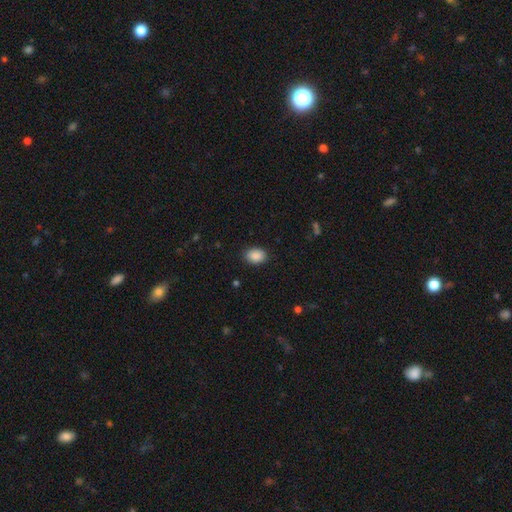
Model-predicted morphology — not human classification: Smooth or featured: smooth — 89% (star or artifact — 7%)
How rounded: in between — 78% (round — 21%)
Merging: none — 88% (minor disturbance — 8%)